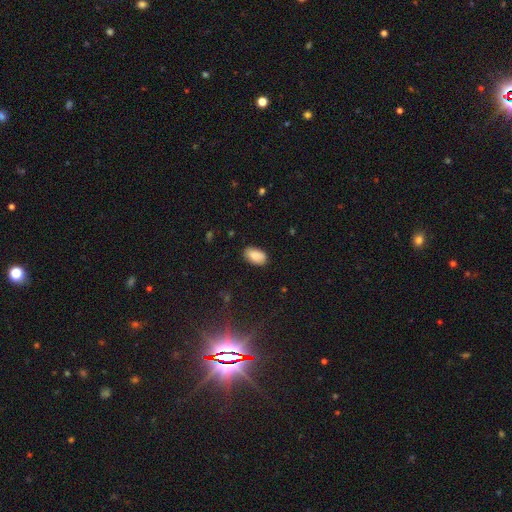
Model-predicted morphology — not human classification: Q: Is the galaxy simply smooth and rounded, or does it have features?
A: smooth — 89%.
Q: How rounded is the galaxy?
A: in between — 94%.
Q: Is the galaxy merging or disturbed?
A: none — 84%.